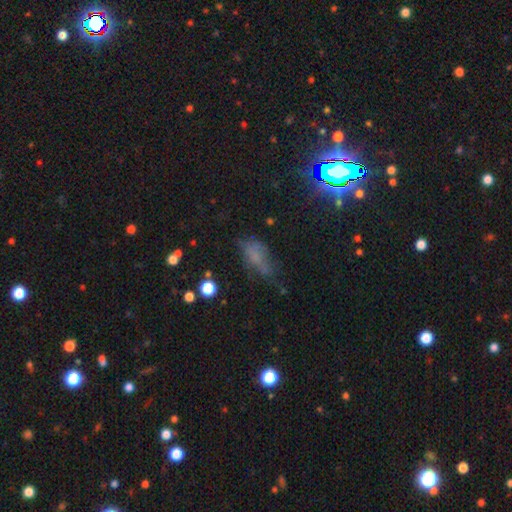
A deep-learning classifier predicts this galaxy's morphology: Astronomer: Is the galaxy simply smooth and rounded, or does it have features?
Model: smooth — 48% (runner-up: star or artifact, 29%).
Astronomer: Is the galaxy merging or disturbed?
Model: none — 41% (runner-up: minor disturbance, 29%).